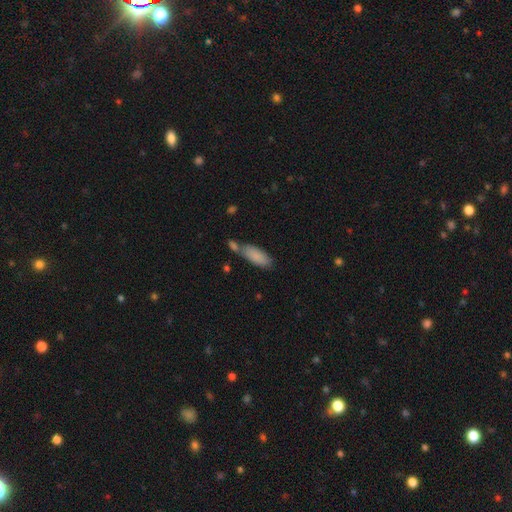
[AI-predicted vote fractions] Smooth or featured? Predicted: smooth (p=0.85). How rounded? Predicted: in between (p=0.73). Merging? Predicted: none (p=0.51).